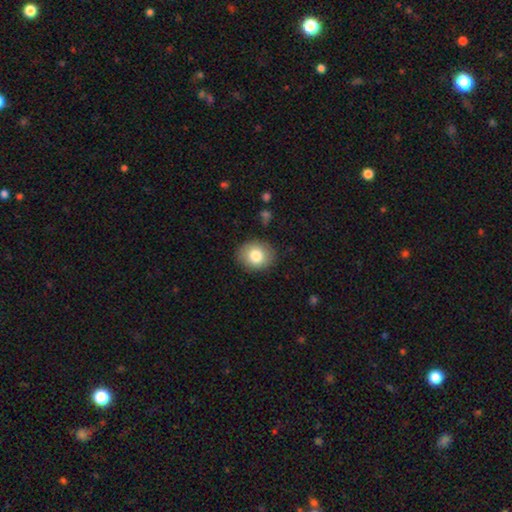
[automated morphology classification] Q: Smooth or featured?
A: smooth (81%); runner-up: featured or disk (10%)
Q: How rounded?
A: round (66%); runner-up: in between (33%)
Q: Merging?
A: none (88%); runner-up: minor disturbance (9%)